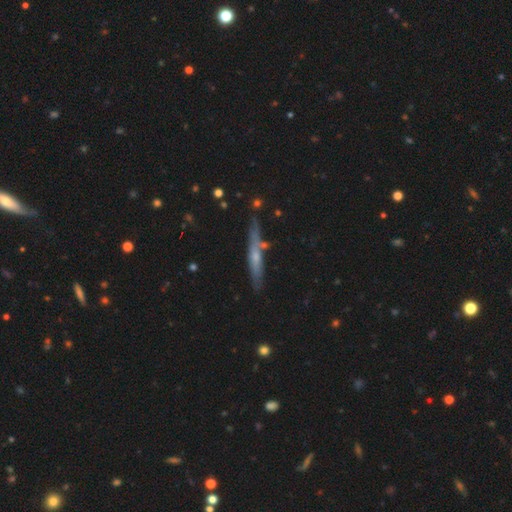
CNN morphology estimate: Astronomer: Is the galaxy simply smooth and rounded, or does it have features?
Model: featured or disk — 53% (runner-up: smooth, 39%).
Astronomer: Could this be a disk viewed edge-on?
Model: yes — 87%.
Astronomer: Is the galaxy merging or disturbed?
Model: none — 72%.